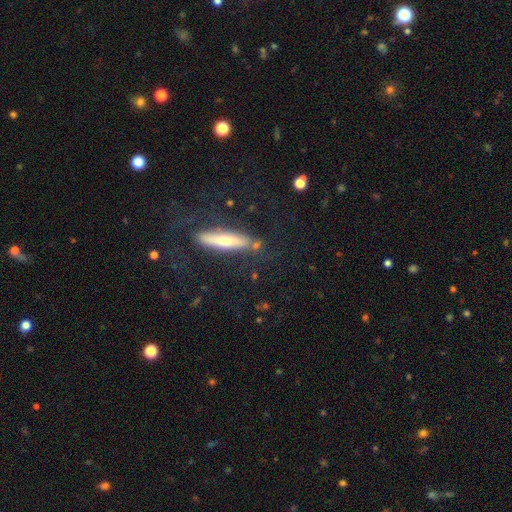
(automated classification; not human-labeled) The model was most divided on "smooth or featured": featured or disk: 55%, smooth: 32%, star or artifact: 13%. More confident: edge-on disk — yes (78%); merging — none (72%).